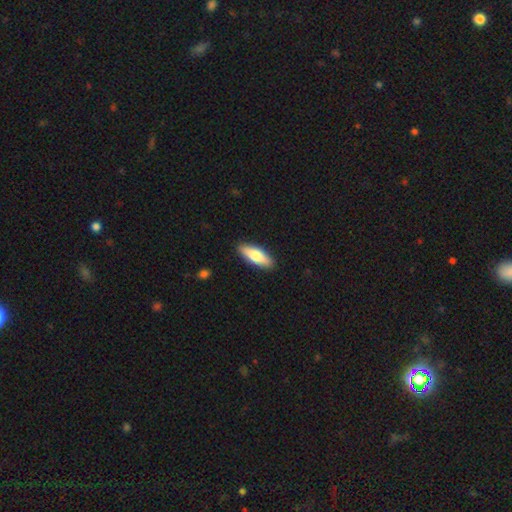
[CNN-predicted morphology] This is likely a smooth galaxy (73%). How rounded: possibly in between (59%). Merging: clearly none (90%).